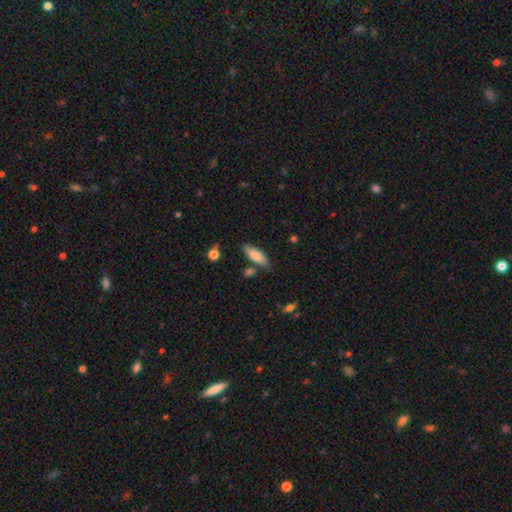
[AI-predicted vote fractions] smooth-or-featured: smooth: 80% | featured or disk: 14% | star or artifact: 6%
  how-rounded: in between: 63% | cigar-shaped: 35% | round: 2%
  merging: none: 77% | minor disturbance: 14% | merger: 7% | major disturbance: 3%